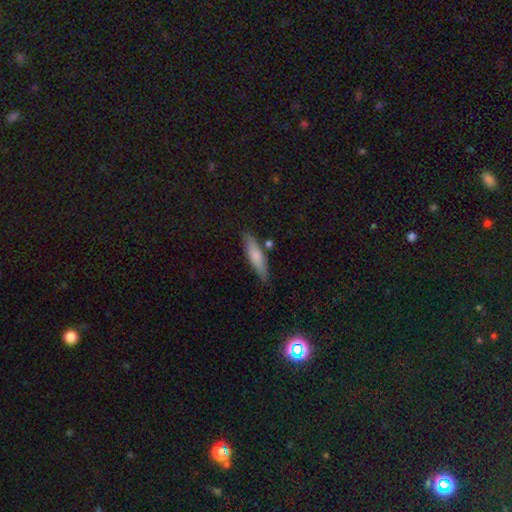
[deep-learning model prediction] Smooth or featured: smooth — 73% (featured or disk — 21%)
How rounded: cigar-shaped — 71% (in between — 27%)
Merging: none — 78% (minor disturbance — 14%)